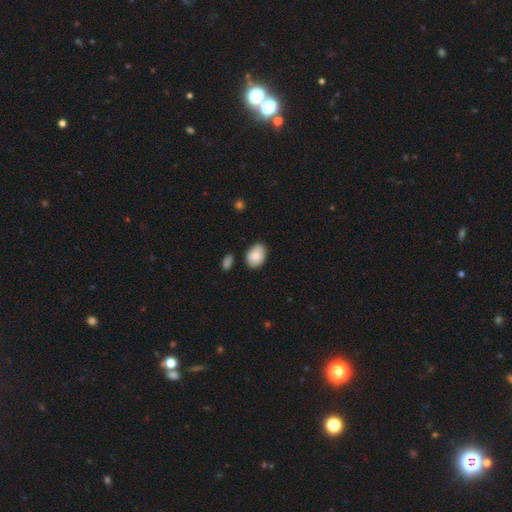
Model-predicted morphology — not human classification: Smooth or featured? Predicted: smooth (p=0.83). How rounded? Predicted: in between (p=0.75). Merging? Predicted: none (p=0.76).